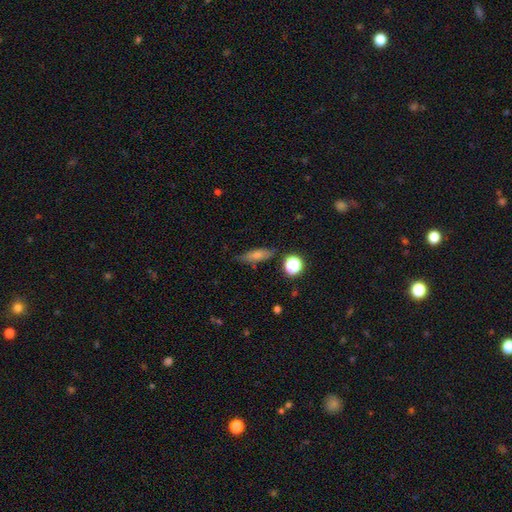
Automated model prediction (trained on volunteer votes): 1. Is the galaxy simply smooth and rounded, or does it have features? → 58% smooth, 27% featured or disk, 15% star or artifact.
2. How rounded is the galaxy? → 47% cigar-shaped, 45% in between, 8% round.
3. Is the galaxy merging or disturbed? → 74% none, 18% minor disturbance, 5% major disturbance, 3% merger.